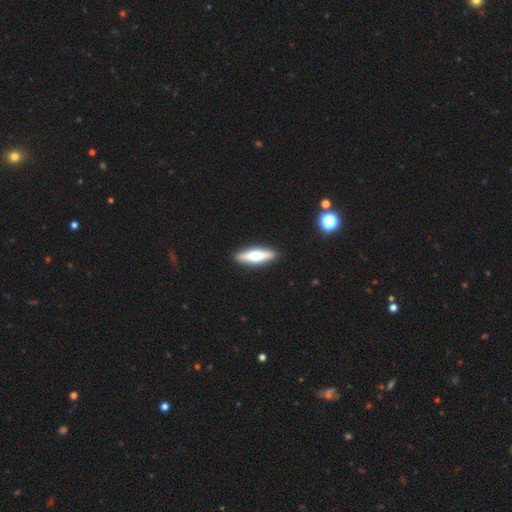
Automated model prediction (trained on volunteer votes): smooth-or-featured: featured or disk: 58% | smooth: 37% | star or artifact: 5%
  disk-edge-on: yes: 94% | no: 6%
    edge-on-bulge: rounded: 95% | boxy: 3% | none: 2%
  merging: none: 92% | minor disturbance: 6% | major disturbance: 1% | merger: 1%